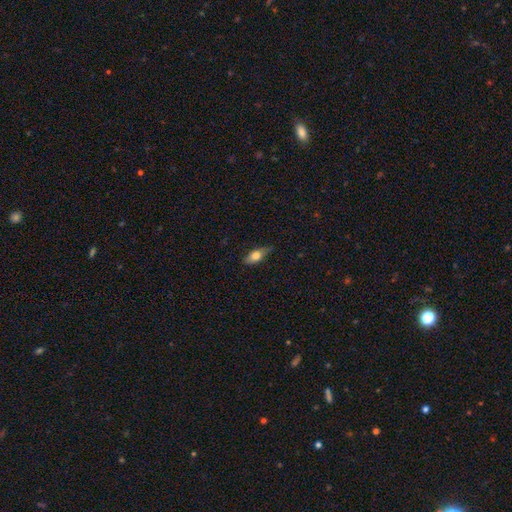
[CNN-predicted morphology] Overall: smooth (70%). How rounded: in between (77%). Merging: none (72%).